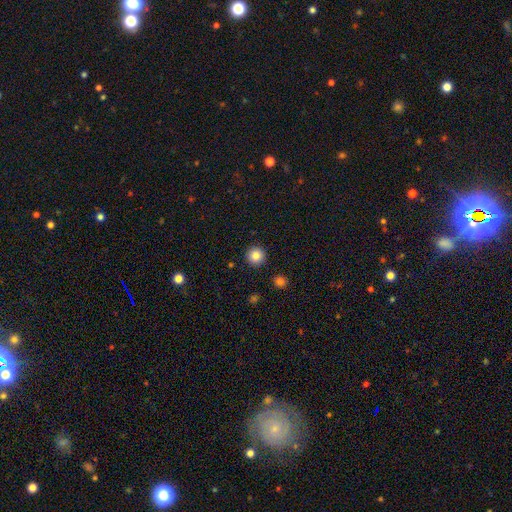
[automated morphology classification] Smooth or featured: smooth — 85% (star or artifact — 10%)
How rounded: round — 96% (in between — 3%)
Merging: none — 93% (minor disturbance — 4%)